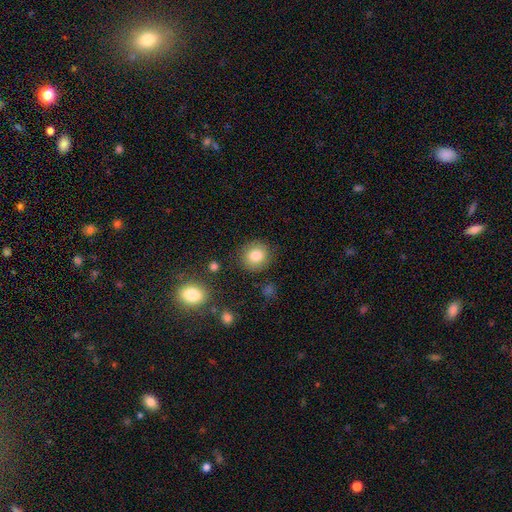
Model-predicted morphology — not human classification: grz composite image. It shows a smooth galaxy with no disk features (82%) that is round (87%). Merging: none (87%).